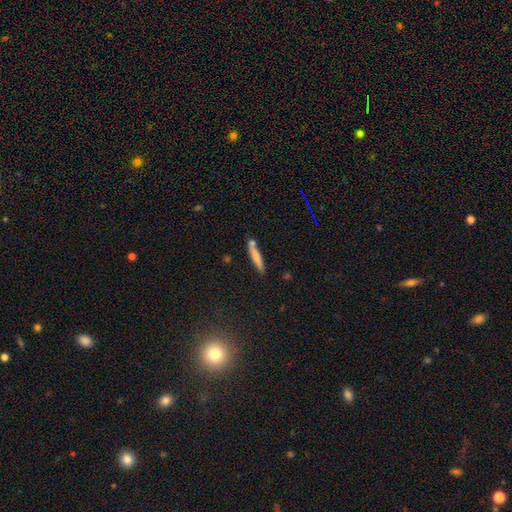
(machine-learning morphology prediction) smooth 72%, featured or disk 20%, star or artifact 7%. Down the decision tree: how rounded — cigar-shaped (92%); merging — none (72%).